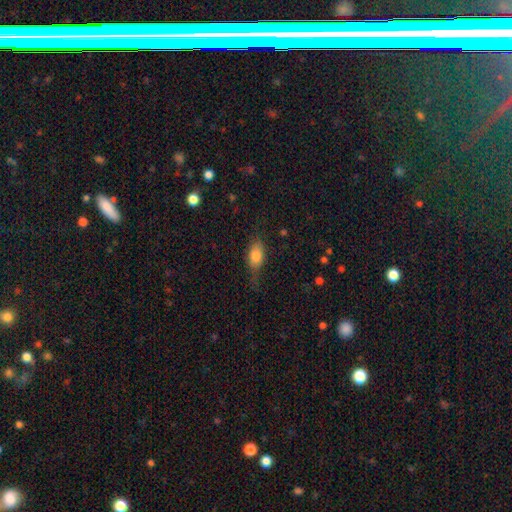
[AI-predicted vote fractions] A smooth galaxy with no disk features (79%) that is in between round and cigar-shaped (85%).

Vote fractions:
- Smooth or featured? smooth: 79% / featured or disk: 14% / star or artifact: 8%
- How rounded? in between: 85% / cigar-shaped: 8% / round: 7%
- Merging? none: 55% / minor disturbance: 29% / major disturbance: 14% / merger: 2%